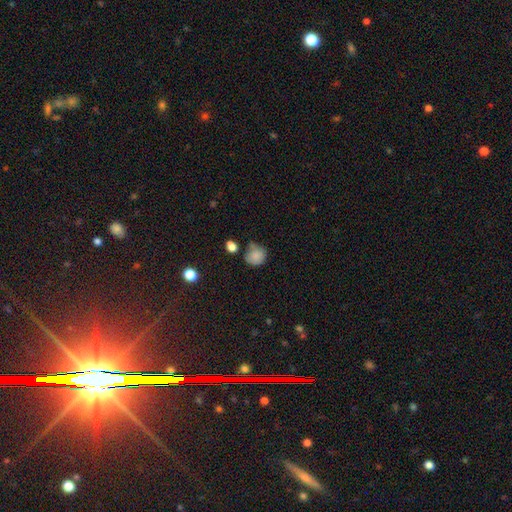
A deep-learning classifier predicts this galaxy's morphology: Smooth or featured? Predicted: smooth (p=0.83). How rounded? Predicted: round (p=0.81). Merging? Predicted: none (p=0.56).